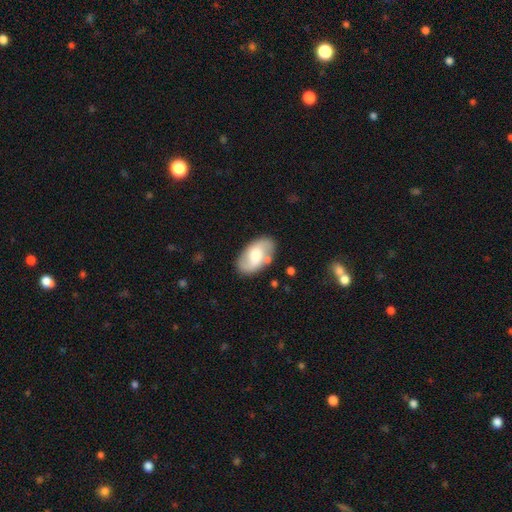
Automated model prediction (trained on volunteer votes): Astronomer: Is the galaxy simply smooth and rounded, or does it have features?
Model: featured or disk — 56% (runner-up: smooth, 37%).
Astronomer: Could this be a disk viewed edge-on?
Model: no — 95%.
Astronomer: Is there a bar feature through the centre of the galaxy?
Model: no — 45% (runner-up: weak, 43%).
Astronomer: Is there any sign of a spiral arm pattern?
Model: yes — 83%.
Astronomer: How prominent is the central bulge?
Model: moderate — 47% (runner-up: large, 25%).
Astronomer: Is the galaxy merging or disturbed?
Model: none — 78%.